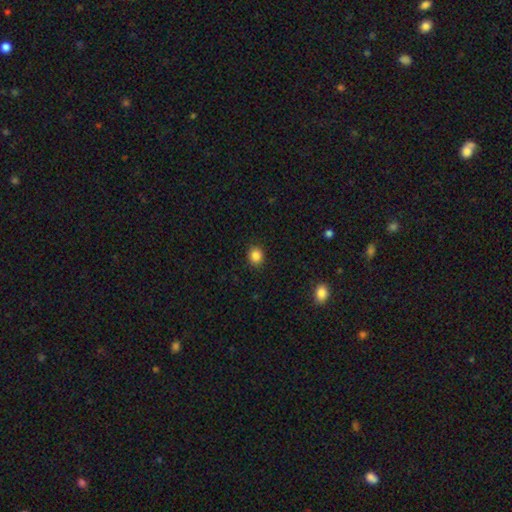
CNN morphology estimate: This appears to be a smooth galaxy with no disk features (86%) that is round (69%). Merging: none (90%).